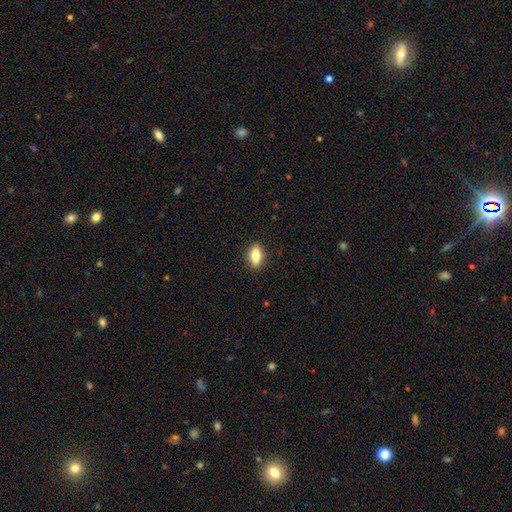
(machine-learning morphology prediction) smooth 70%, featured or disk 22%, star or artifact 8%. Down the decision tree: how rounded — in between (76%); merging — none (88%).